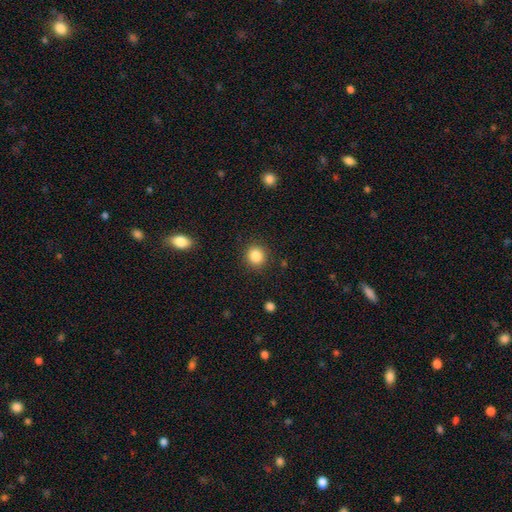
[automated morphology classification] The model was most divided on "smooth or featured": smooth: 86%, star or artifact: 10%, featured or disk: 4%. More confident: merging — none (90%); how rounded — round (89%).